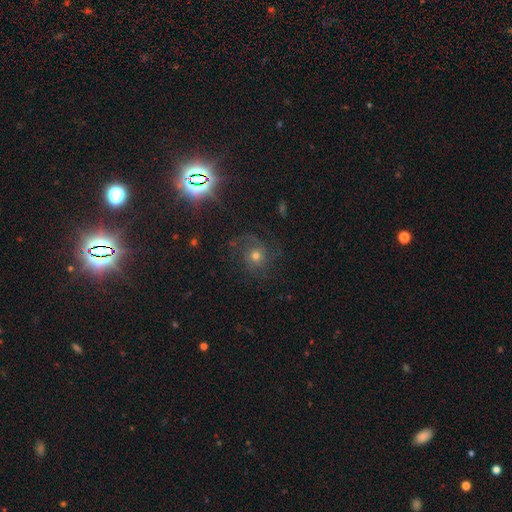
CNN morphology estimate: Overall: featured or disk (58%; star or artifact 26%). Edge-on disk: no (96%). Bar: no (78%). Spiral arms: yes (92%). Spiral arm count: 3 (32%; 2 29%). Spiral winding: medium (47%; tight 31%). Bulge size: moderate (64%; small 24%). Merging: none (70%).